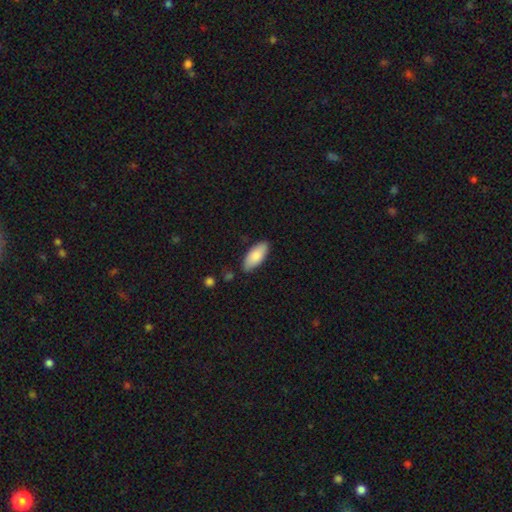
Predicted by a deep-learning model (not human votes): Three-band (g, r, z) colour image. It shows a smooth galaxy with no disk features (85%) that is in between round and cigar-shaped (87%). Merging: none (83%).